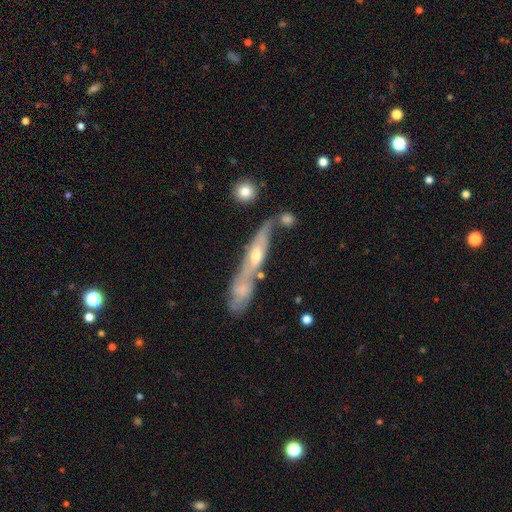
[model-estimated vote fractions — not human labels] smooth-or-featured: featured or disk: 66% | smooth: 28% | star or artifact: 6%
  disk-edge-on: yes: 66% | no: 34%
  merging: none: 44% | merger: 29% | minor disturbance: 19% | major disturbance: 8%